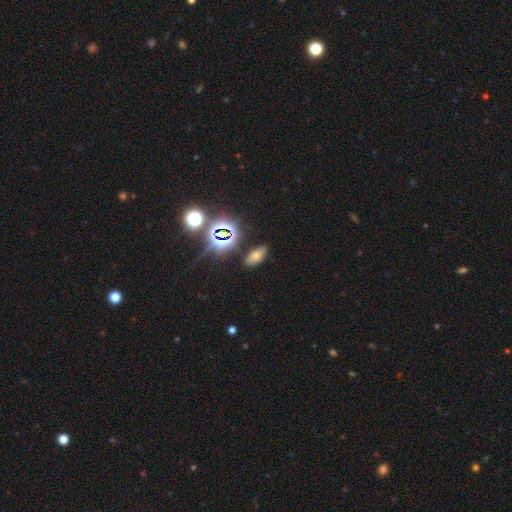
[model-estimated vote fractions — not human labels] This is possibly a smooth galaxy (56%). How rounded: clearly in between (88%). Merging: clearly none (85%).